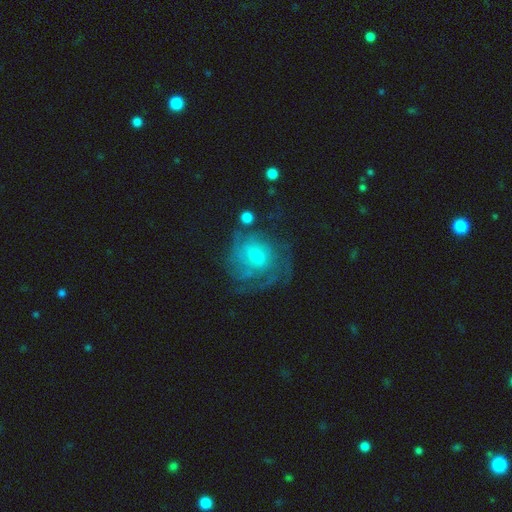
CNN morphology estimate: Smooth or featured: featured or disk — 69% (smooth — 22%)
Edge-on disk: no — 97% (yes — 3%)
Bar: no — 64% (weak — 31%)
Spiral arms: yes — 85% (no — 15%)
Spiral winding: tight — 51% (medium — 35%)
Spiral arm count: can't tell — 46% (2 — 18%)
Bulge size: moderate — 42% (small — 32%)
Merging: none — 59% (minor disturbance — 20%)